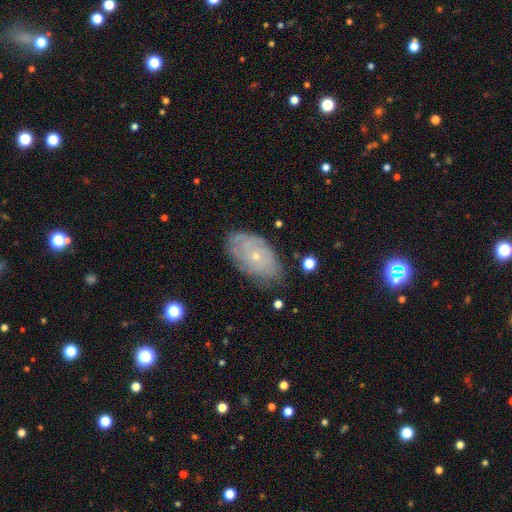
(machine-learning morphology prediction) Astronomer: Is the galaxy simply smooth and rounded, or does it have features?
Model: featured or disk — 66%.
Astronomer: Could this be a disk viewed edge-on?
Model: no — 93%.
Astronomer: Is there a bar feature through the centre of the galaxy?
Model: no — 85%.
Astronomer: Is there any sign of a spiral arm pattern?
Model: yes — 79%.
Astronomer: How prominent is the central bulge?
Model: small — 81%.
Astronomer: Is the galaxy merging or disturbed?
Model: none — 74%.